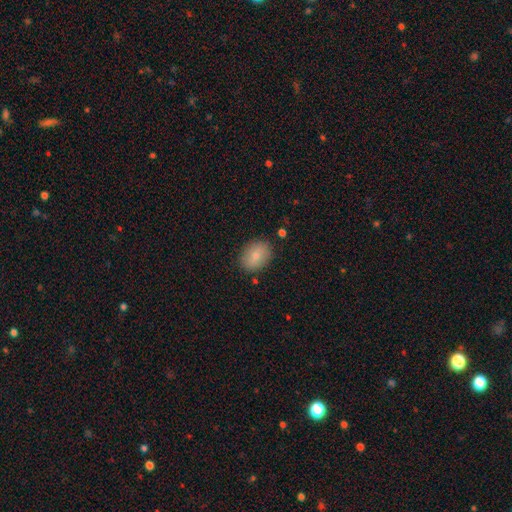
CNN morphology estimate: A smooth galaxy with no disk features (79%) that is in between round and cigar-shaped (74%). Merging: none (85%).